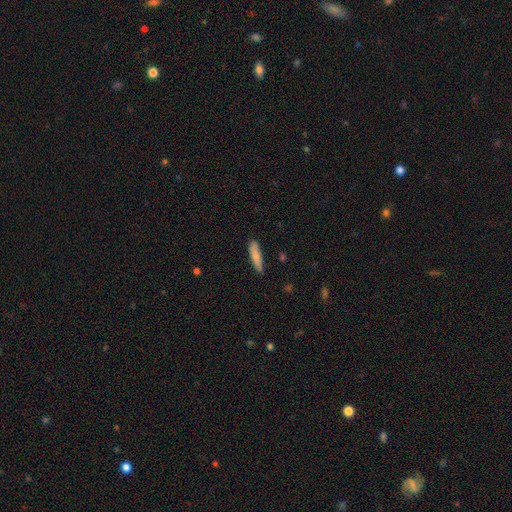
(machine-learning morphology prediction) A smooth galaxy with no disk features (82%) that is cigar-shaped (80%).

Vote fractions:
- Smooth or featured? smooth: 82% / featured or disk: 12% / star or artifact: 6%
- How rounded? cigar-shaped: 80% / in between: 19% / round: 1%
- Merging? none: 80% / minor disturbance: 16% / major disturbance: 3% / merger: 2%